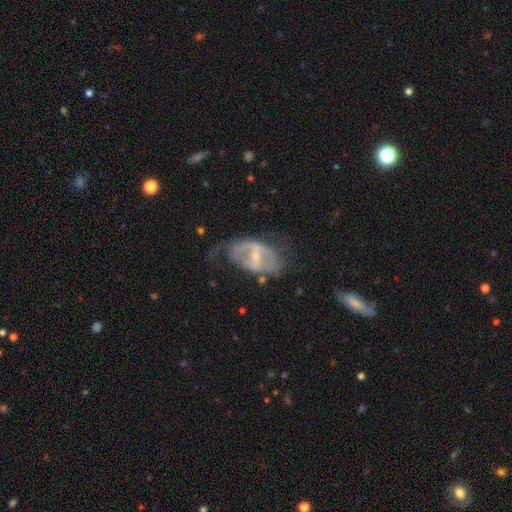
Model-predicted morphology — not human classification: This appears to be a featured or disk galaxy (71%) with a weak bar (40%, tied with strong), spiral arms (54%) and a small central bulge (61%). Merging: none (39%).